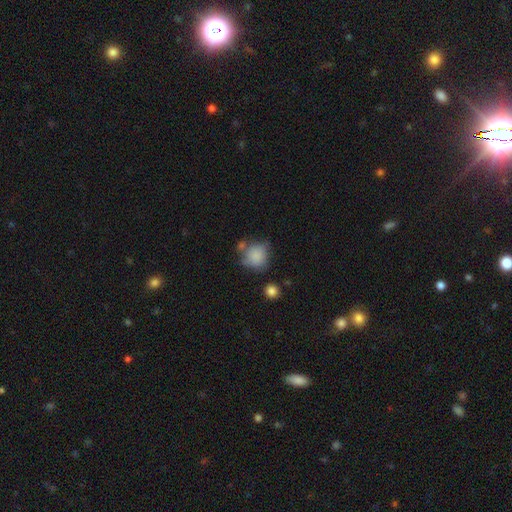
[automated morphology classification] This appears to be a smooth galaxy with no disk features (81%) that is round (79%). Merging: none (51%).